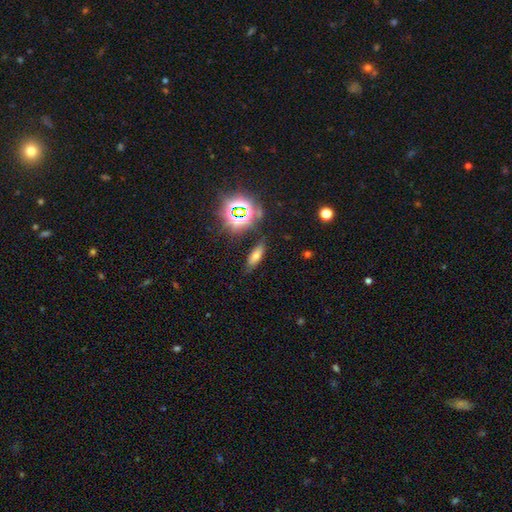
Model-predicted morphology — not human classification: Overall: smooth (58%; star or artifact 27%). How rounded: in between (61%; cigar-shaped 33%). Merging: none (80%).